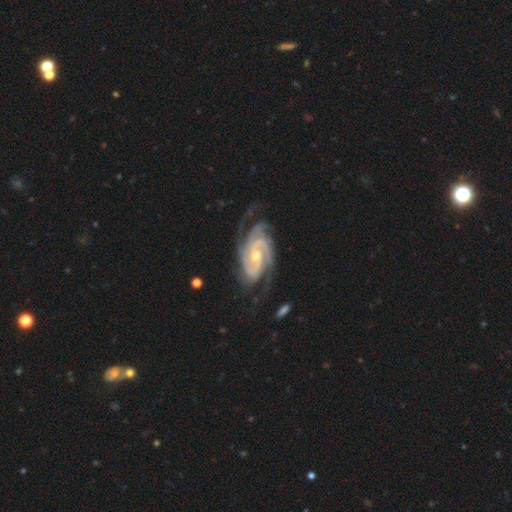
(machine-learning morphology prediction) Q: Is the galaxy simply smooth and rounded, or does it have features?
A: featured or disk — 93%.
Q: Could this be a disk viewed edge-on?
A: no — 97%.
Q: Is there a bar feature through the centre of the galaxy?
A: no — 52%.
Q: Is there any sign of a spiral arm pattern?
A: yes — 99%.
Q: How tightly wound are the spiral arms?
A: tight — 62%.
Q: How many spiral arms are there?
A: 3 — 36%.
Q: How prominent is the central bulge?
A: moderate — 52%.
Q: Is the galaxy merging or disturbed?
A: none — 70%.